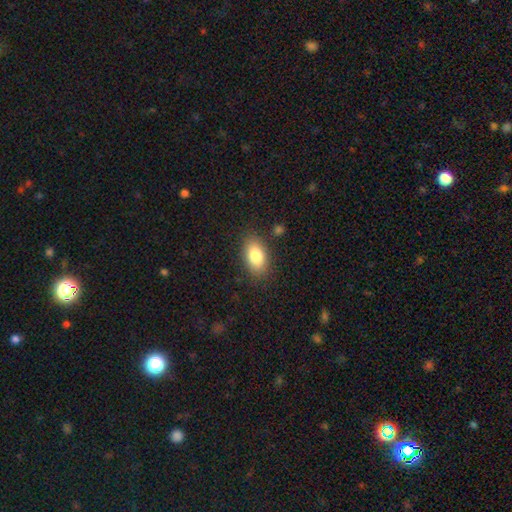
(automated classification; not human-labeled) Overall: smooth (83%). How rounded: in between (91%). Merging: none (84%).